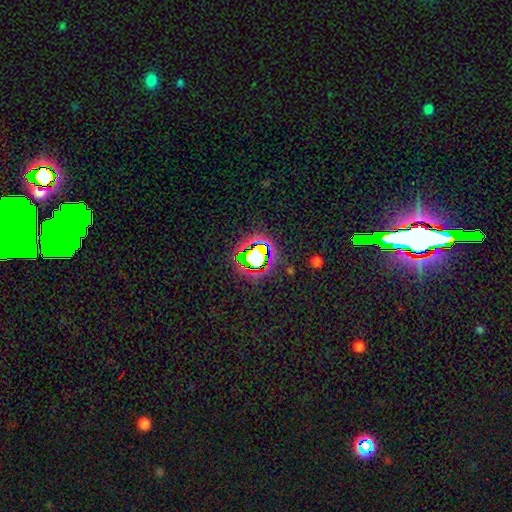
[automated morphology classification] This is likely a star or artifact rather than a galaxy (63%).